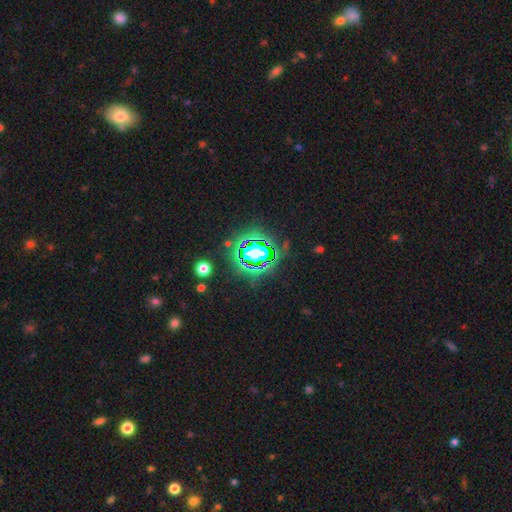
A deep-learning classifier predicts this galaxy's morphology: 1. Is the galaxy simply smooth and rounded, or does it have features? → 78% star or artifact, 13% smooth, 9% featured or disk.